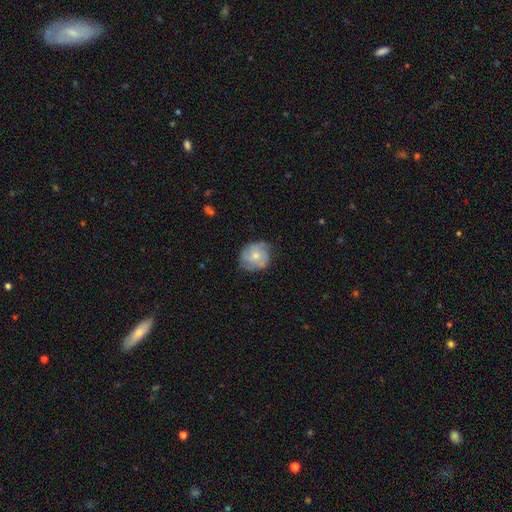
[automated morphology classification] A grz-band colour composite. It shows a smooth galaxy with no disk features (47%). Merging: none (69%).